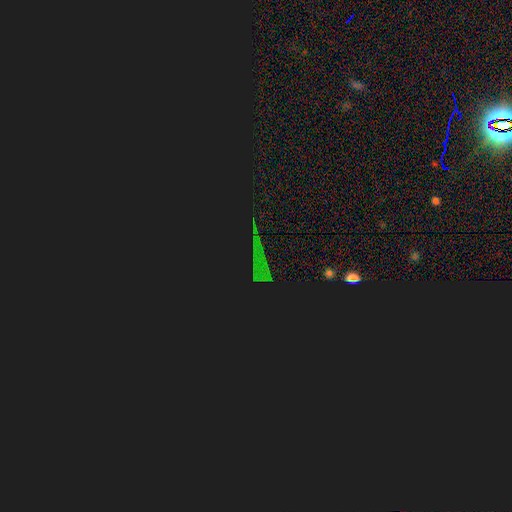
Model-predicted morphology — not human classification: Smooth or featured? Predicted: star or artifact (p=0.80).